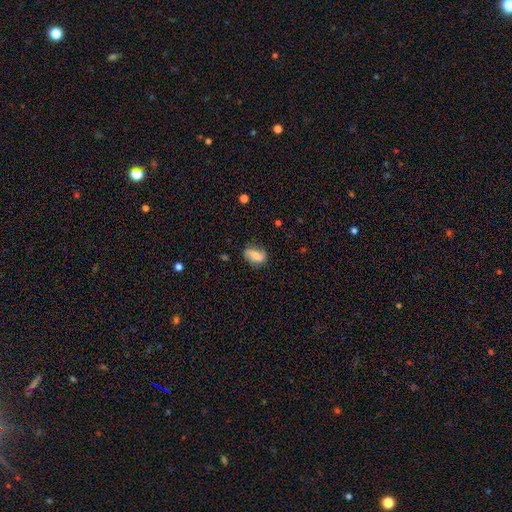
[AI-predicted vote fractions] smooth 61%, featured or disk 29%, star or artifact 9%. Down the decision tree: how rounded — in between (84%); merging — none (60%).